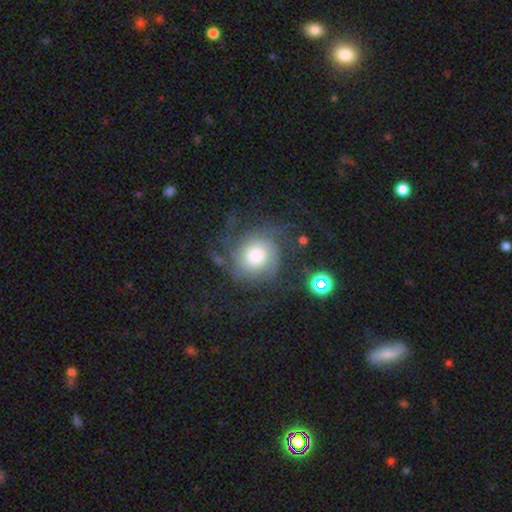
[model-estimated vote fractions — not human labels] smooth-or-featured: featured or disk: 72% | smooth: 19% | star or artifact: 10%
  disk-edge-on: no: 98% | yes: 2%
    bar: no: 79% | weak: 18% | strong: 3%
    has-spiral-arms: yes: 92% | no: 8%
      spiral-winding: tight: 49% | medium: 36% | loose: 15%
      spiral-arm-count: can't tell: 30% | 3: 23% | 2: 21% | 4: 10% | 1: 9% | more than 4: 8%
    bulge-size: large: 50% | moderate: 34% | dominant: 8% | small: 6% | none: 2%
  merging: none: 62% | major disturbance: 19% | minor disturbance: 17% | merger: 2%